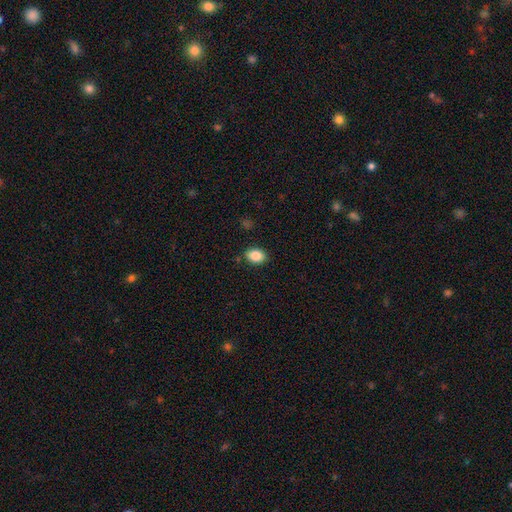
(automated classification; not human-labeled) smooth_or_featured: smooth (p=0.87) [alt: star or artifact p=0.08]
how_rounded: in between (p=0.80) [alt: round p=0.19]
merging: none (p=0.87) [alt: minor disturbance p=0.09]